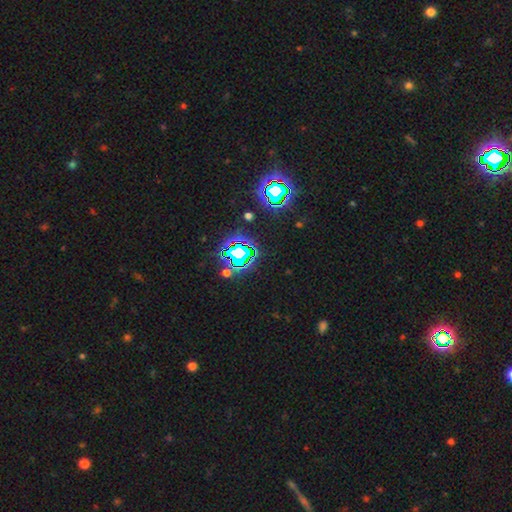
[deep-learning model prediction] Smooth or featured: star or artifact — 79% (smooth — 13%)